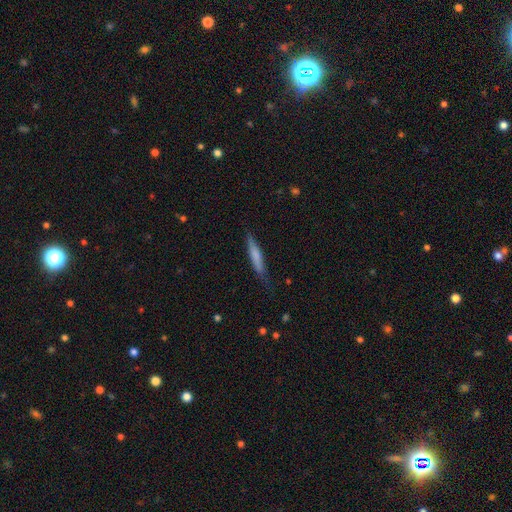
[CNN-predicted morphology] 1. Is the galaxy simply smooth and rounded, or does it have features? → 67% smooth, 27% featured or disk, 6% star or artifact.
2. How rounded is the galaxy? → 90% cigar-shaped, 9% in between, 1% round.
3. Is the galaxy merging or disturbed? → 73% none, 21% minor disturbance, 5% major disturbance, 2% merger.